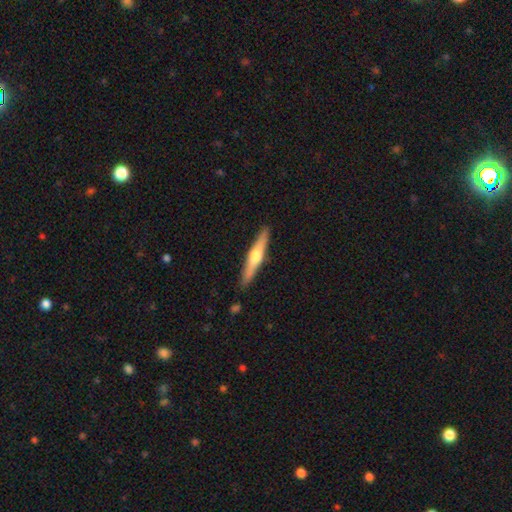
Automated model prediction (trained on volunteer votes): Smooth or featured? Predicted: featured or disk (p=0.60). Edge-on disk? Predicted: yes (p=0.96). Edge-on bulge? Predicted: rounded (p=0.91). Merging? Predicted: none (p=0.90).